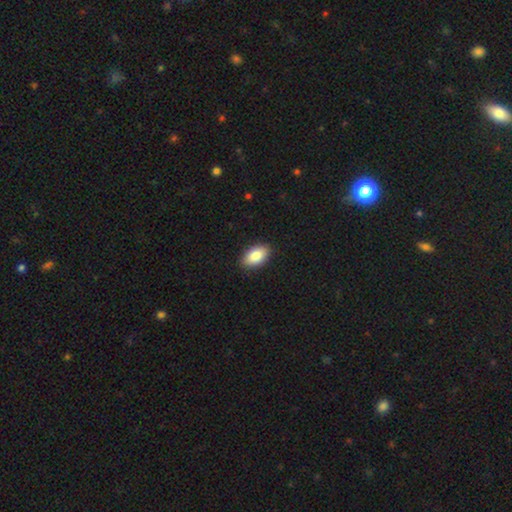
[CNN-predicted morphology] smooth_or_featured: smooth (p=0.86) [alt: featured or disk p=0.07]
how_rounded: in between (p=0.93) [alt: round p=0.05]
merging: none (p=0.89) [alt: minor disturbance p=0.08]